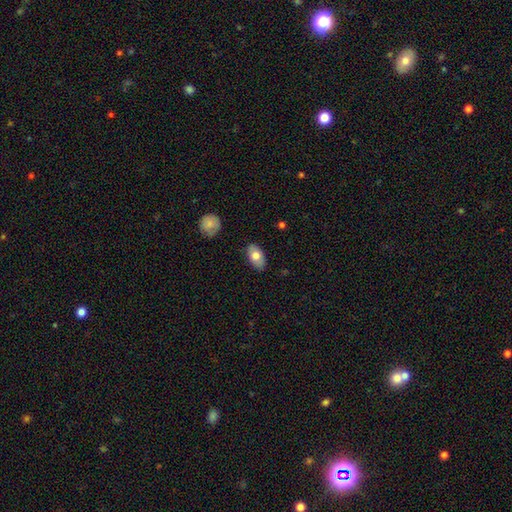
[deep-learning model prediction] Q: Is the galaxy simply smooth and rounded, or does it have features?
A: smooth — 76%.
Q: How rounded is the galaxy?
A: in between — 92%.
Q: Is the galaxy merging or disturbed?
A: none — 83%.